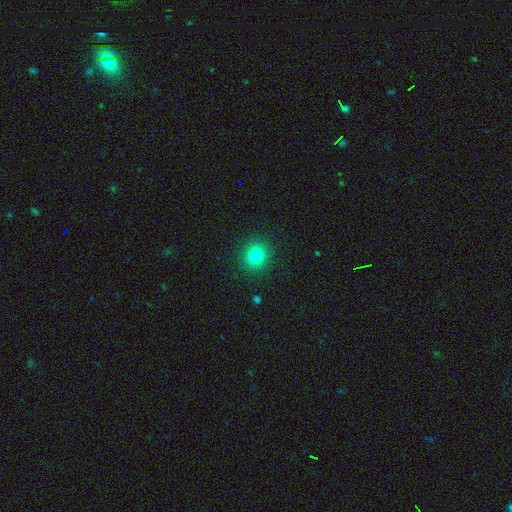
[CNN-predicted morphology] type=smooth (81%); roundness=round (89%); merging=none (91%).